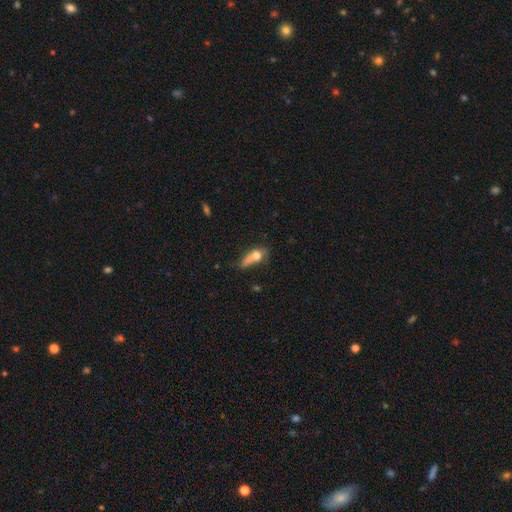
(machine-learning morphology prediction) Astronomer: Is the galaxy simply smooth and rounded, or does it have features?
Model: smooth — 61%.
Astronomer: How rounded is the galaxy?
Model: in between — 56%.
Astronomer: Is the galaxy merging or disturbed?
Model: major disturbance — 29%, tied with none at 29%.